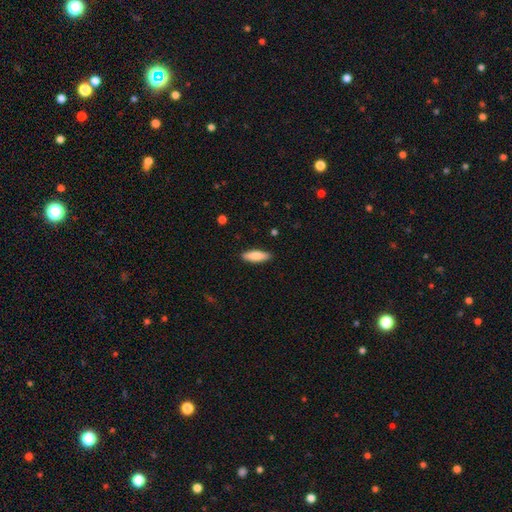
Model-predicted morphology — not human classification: smooth-or-featured: smooth: 81% | featured or disk: 13% | star or artifact: 6%
  how-rounded: in between: 53% | cigar-shaped: 45% | round: 2%
  merging: none: 89% | minor disturbance: 8% | major disturbance: 2% | merger: 1%